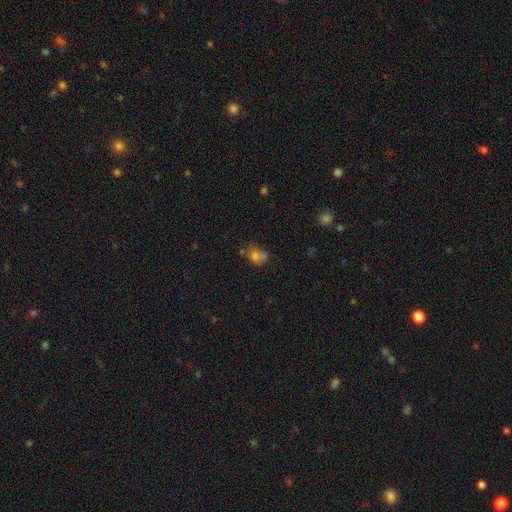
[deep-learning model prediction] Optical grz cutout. It shows a smooth galaxy with no disk features (69%) that is round (55%). Merging: none (42%).